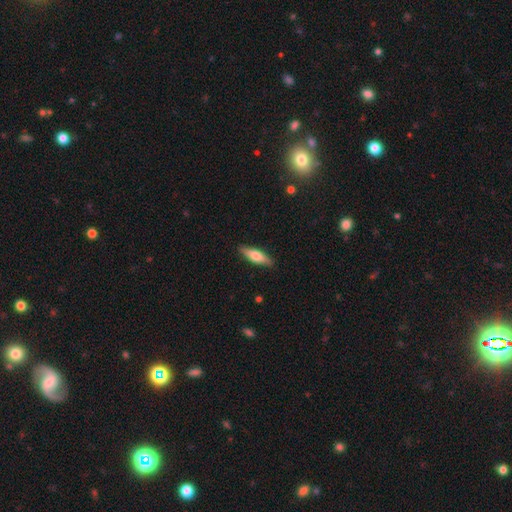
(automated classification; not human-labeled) smooth_or_featured: smooth (p=0.65) [alt: featured or disk p=0.29]
how_rounded: cigar-shaped (p=0.55) [alt: in between p=0.42]
merging: none (p=0.87) [alt: minor disturbance p=0.10]